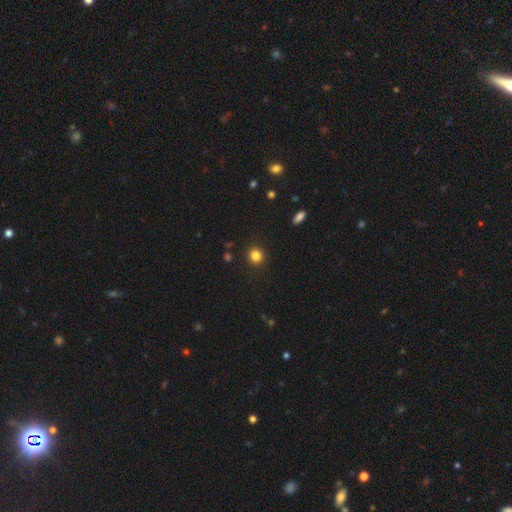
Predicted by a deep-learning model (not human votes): smooth-or-featured: smooth: 84% | star or artifact: 12% | featured or disk: 4%
  how-rounded: round: 90% | in between: 9% | cigar-shaped: 1%
  merging: none: 92% | minor disturbance: 5% | major disturbance: 2% | merger: 1%